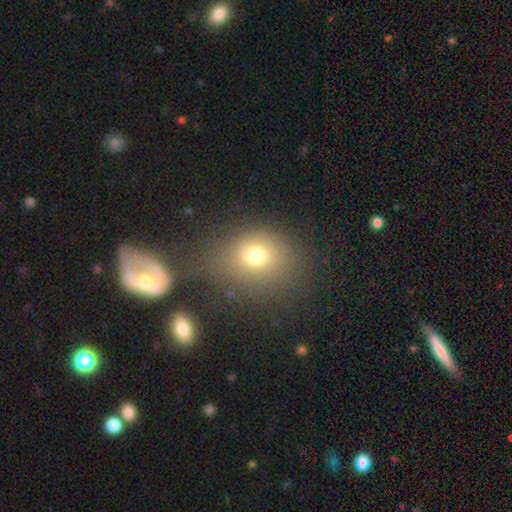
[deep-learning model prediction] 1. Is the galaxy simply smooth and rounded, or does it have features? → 71% smooth, 17% star or artifact, 11% featured or disk.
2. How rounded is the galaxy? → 61% round, 38% in between, 1% cigar-shaped.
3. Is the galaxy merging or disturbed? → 59% none, 15% merger, 15% minor disturbance, 11% major disturbance.